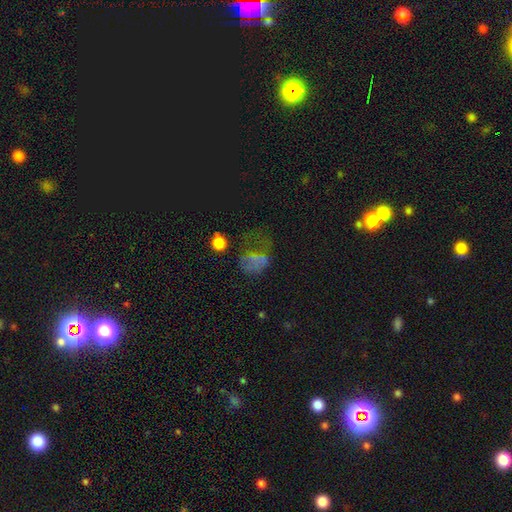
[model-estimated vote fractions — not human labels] A smooth galaxy with no disk features (39%). Merging: major disturbance (38%).